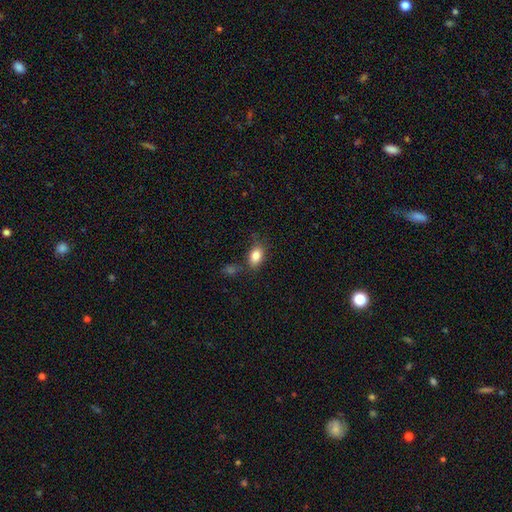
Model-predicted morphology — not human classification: This is clearly a smooth galaxy (85%). How rounded: clearly in between (86%). Merging: likely none (70%).